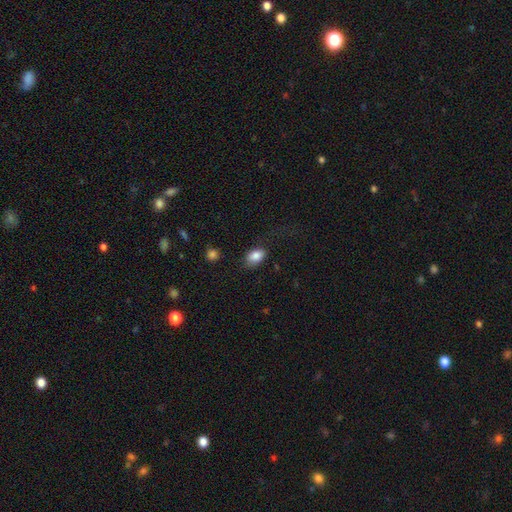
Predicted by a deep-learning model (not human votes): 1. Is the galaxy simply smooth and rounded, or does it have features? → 85% smooth, 7% star or artifact, 7% featured or disk.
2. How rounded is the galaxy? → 87% in between, 11% round, 2% cigar-shaped.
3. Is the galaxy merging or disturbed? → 68% none, 20% minor disturbance, 10% major disturbance, 2% merger.